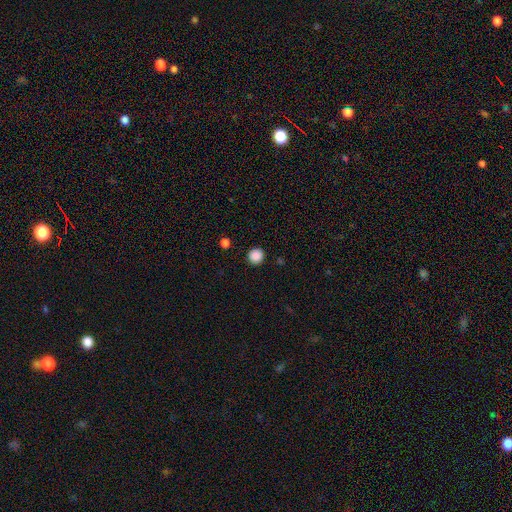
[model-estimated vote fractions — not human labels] Smooth or featured?
  - smooth: 88% *
  - star or artifact: 10%
  - featured or disk: 2%
How rounded?
  - round: 94% *
  - in between: 5%
  - cigar-shaped: 1%
Merging?
  - none: 92% *
  - minor disturbance: 5%
  - major disturbance: 2%
  - merger: 1%